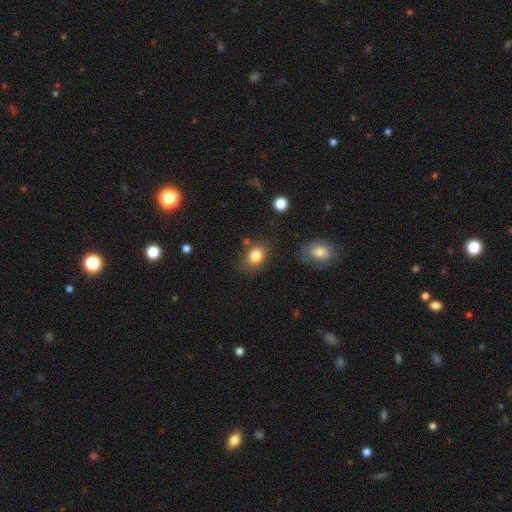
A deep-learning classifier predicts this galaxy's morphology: This appears to be a smooth galaxy with no disk features (83%) that is in between round and cigar-shaped (57%). Merging: none (75%).